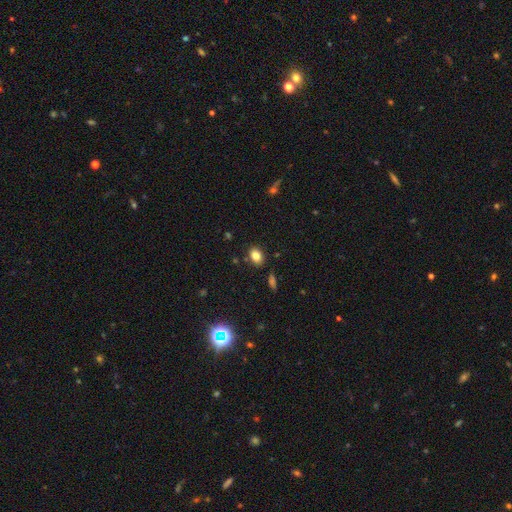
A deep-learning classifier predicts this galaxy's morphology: The model was most divided on "how rounded": in between: 70%, round: 29%, cigar-shaped: 1%. More confident: merging — none (84%); smooth or featured — smooth (81%).